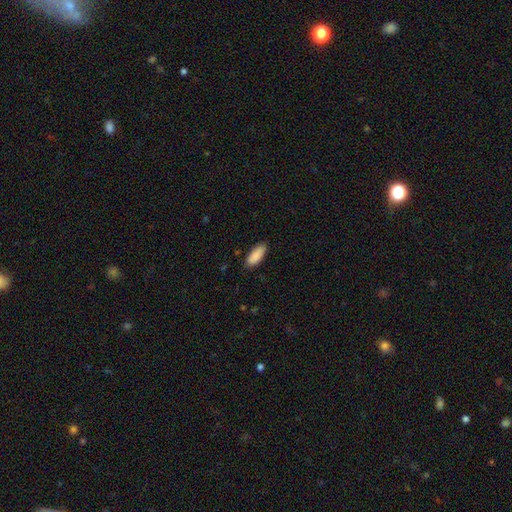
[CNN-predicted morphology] The model was most divided on "how rounded": in between: 78%, cigar-shaped: 20%, round: 2%. More confident: smooth or featured — smooth (90%); merging — none (87%).